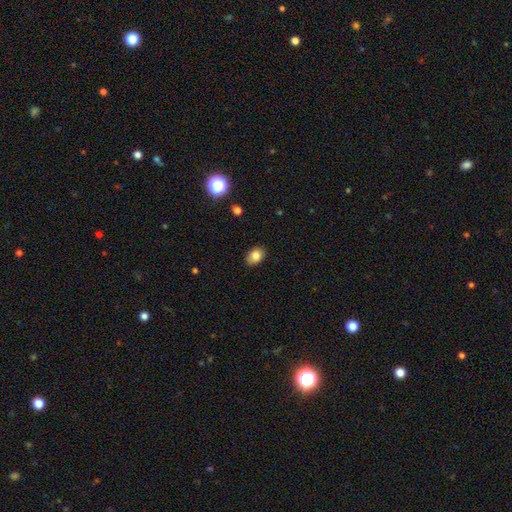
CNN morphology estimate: Overall: smooth (82%). How rounded: in between (72%). Merging: none (81%).